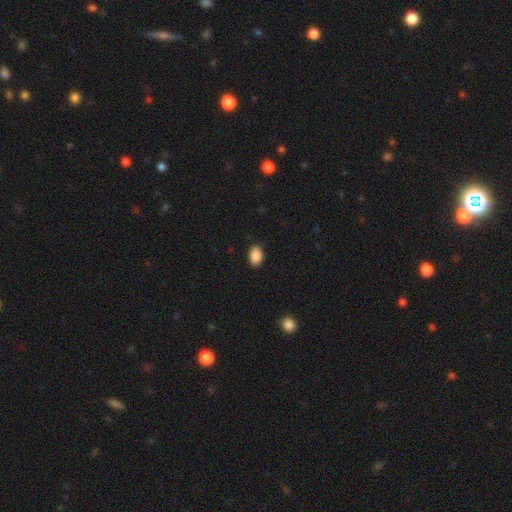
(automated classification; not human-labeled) A smooth galaxy with no disk features (89%) that is in between round and cigar-shaped (85%).

Vote fractions:
- Smooth or featured? smooth: 89% / star or artifact: 7% / featured or disk: 3%
- How rounded? in between: 85% / round: 14% / cigar-shaped: 1%
- Merging? none: 89% / minor disturbance: 8% / major disturbance: 2% / merger: 1%